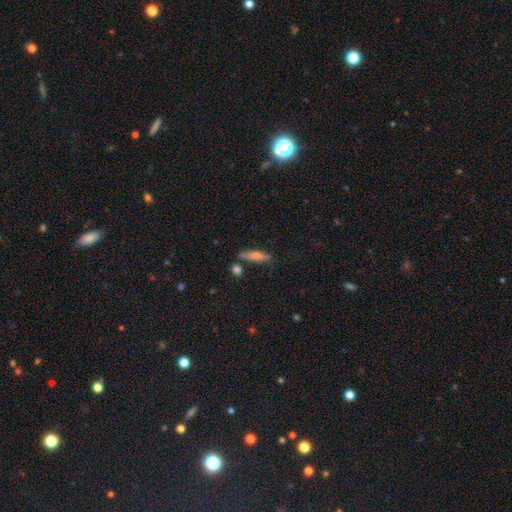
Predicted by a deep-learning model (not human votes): smooth 69%, featured or disk 24%, star or artifact 7%. Down the decision tree: how rounded — cigar-shaped (74%); merging — none (74%).